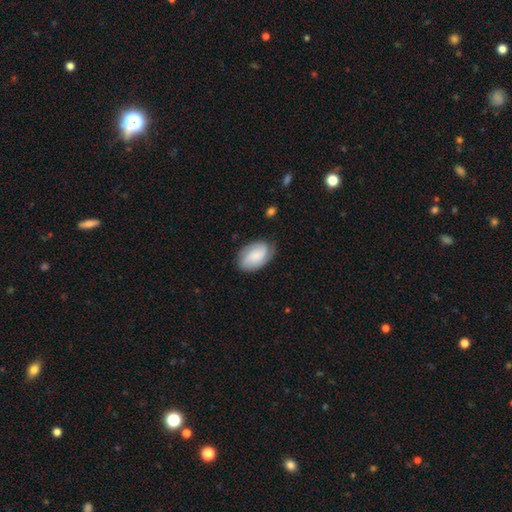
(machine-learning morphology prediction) Smooth or featured: smooth — 61% (featured or disk — 32%)
How rounded: in between — 92% (round — 7%)
Merging: none — 70% (minor disturbance — 22%)